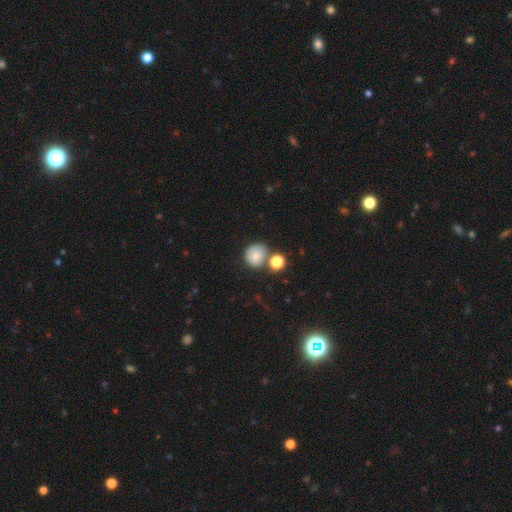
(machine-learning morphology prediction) type=smooth (80%); roundness=round (86%); merging=none (61%).